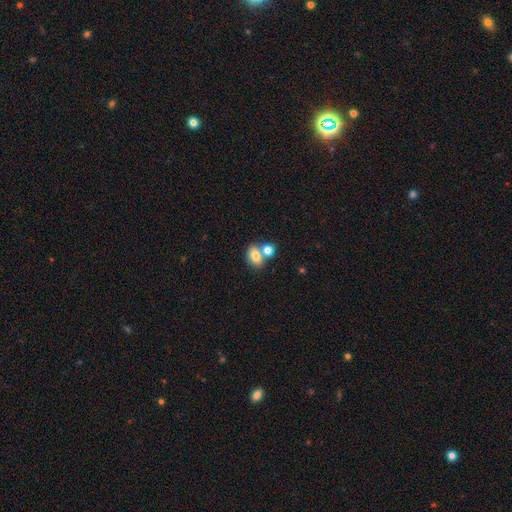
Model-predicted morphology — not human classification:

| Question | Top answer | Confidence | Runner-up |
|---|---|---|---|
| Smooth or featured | smooth | 76% | featured or disk (14%) |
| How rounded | in between | 66% | round (32%) |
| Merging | merger | 46% | none (41%) |